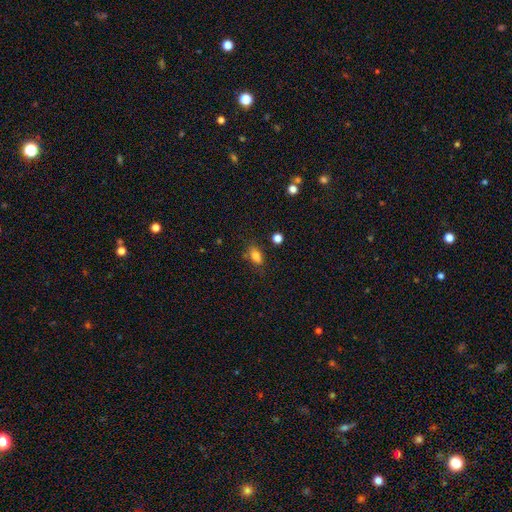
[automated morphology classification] This is likely a smooth galaxy (79%). How rounded: clearly in between (82%). Merging: likely none (69%).